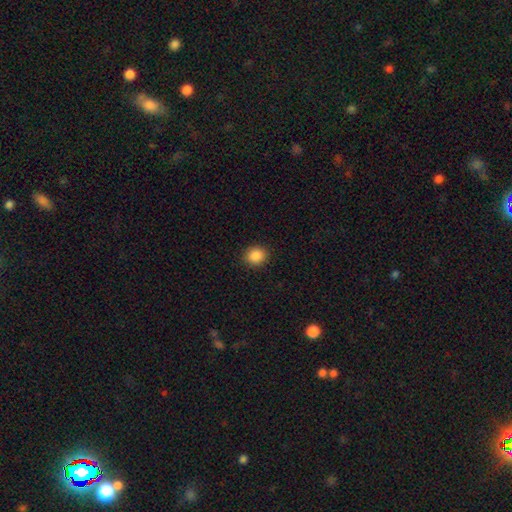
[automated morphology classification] Smooth or featured? smooth (88%)
How rounded? round (78%)
Merging? none (91%)